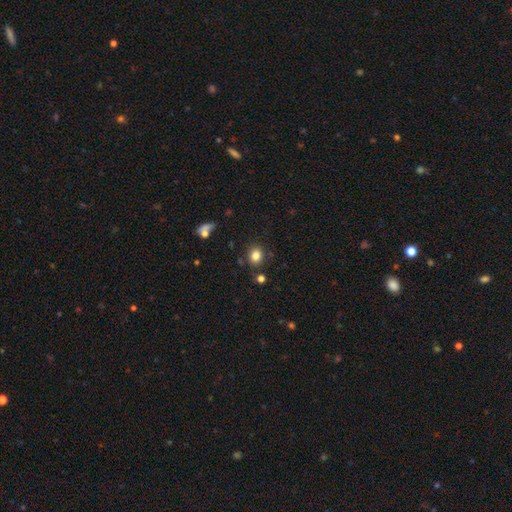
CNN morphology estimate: This is clearly a smooth galaxy (82%). How rounded: likely round (64%). Merging: clearly none (83%).